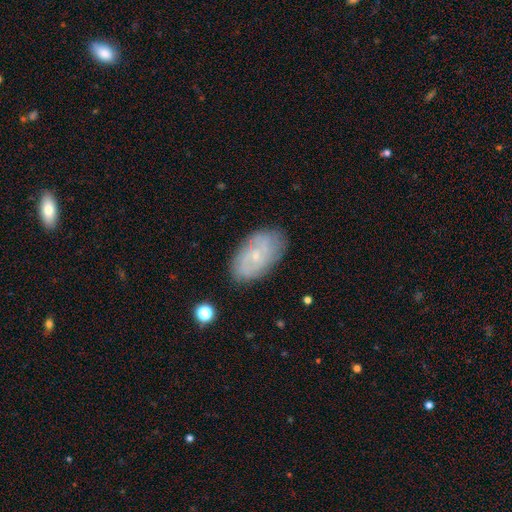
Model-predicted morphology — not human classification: Smooth or featured: featured or disk — 56% (smooth — 36%)
Edge-on disk: no — 93% (yes — 7%)
Bar: no — 77% (weak — 20%)
Spiral arms: yes — 75% (no — 25%)
Bulge size: small — 79% (moderate — 16%)
Merging: none — 80% (minor disturbance — 15%)